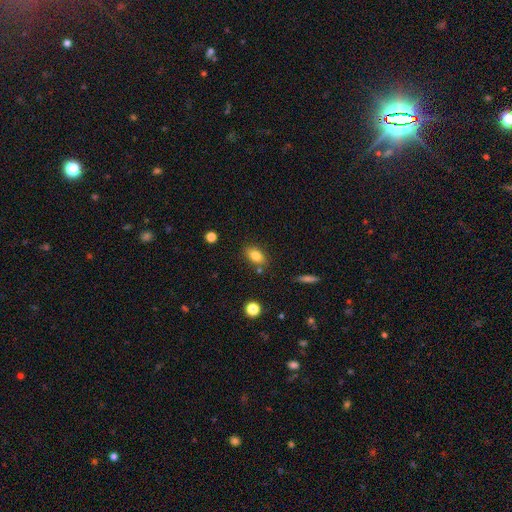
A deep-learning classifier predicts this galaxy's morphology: Smooth or featured? Predicted: smooth (p=0.81). How rounded? Predicted: in between (p=0.86). Merging? Predicted: none (p=0.79).